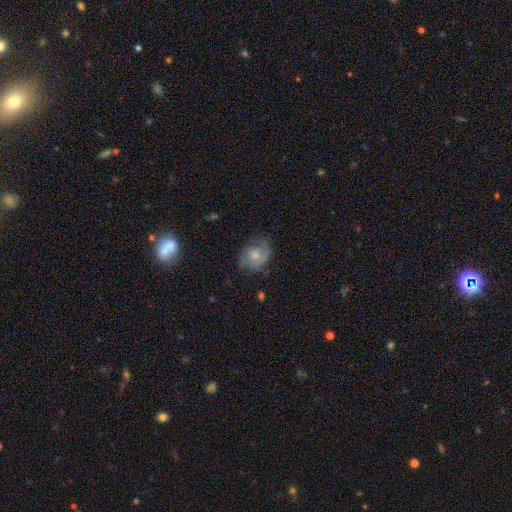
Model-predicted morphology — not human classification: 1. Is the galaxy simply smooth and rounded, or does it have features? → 60% smooth, 32% featured or disk, 8% star or artifact.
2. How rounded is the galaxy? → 50% in between, 49% round, 1% cigar-shaped.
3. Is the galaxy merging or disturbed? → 53% none, 31% minor disturbance, 14% major disturbance, 2% merger.